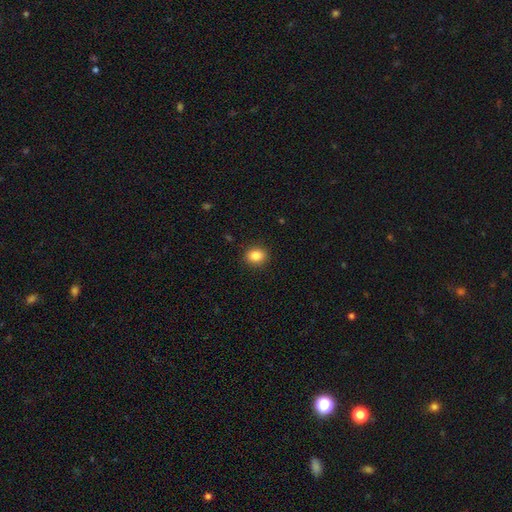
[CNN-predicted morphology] This is clearly a smooth galaxy (85%). How rounded: possibly round (56%). Merging: clearly none (89%).